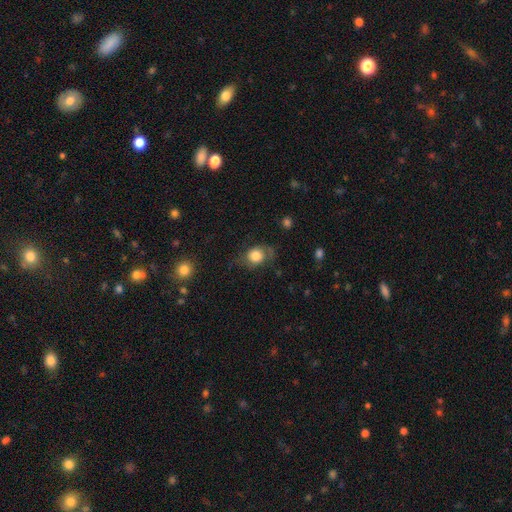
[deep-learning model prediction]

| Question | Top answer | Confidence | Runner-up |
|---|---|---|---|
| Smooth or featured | smooth | 71% | featured or disk (20%) |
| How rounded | round | 61% | in between (38%) |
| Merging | none | 58% | minor disturbance (26%) |